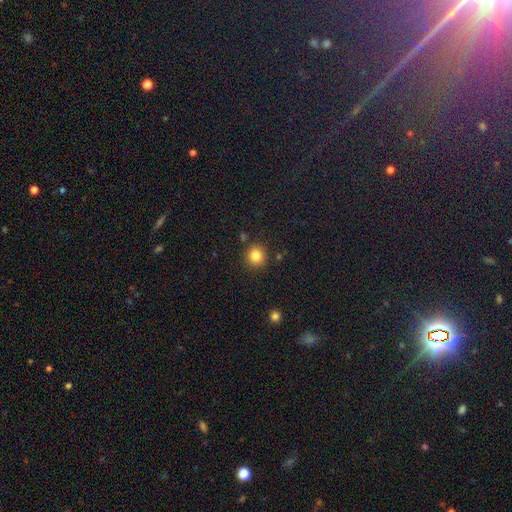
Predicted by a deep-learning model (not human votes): Morphology: type=smooth (84%); roundness=round (89%); merging=none (87%).